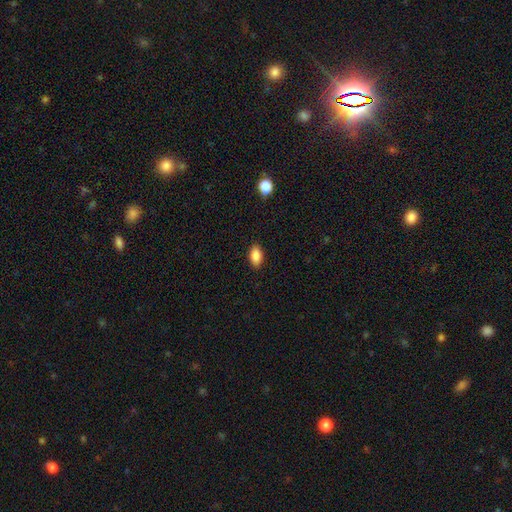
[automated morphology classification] smooth 87%, star or artifact 8%, featured or disk 5%. Down the decision tree: how rounded — in between (90%); merging — none (89%).